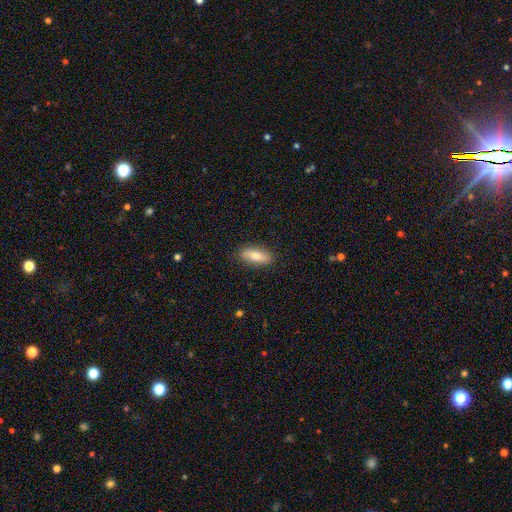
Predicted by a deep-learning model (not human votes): Overall: smooth (72%). How rounded: in between (71%). Merging: none (86%).